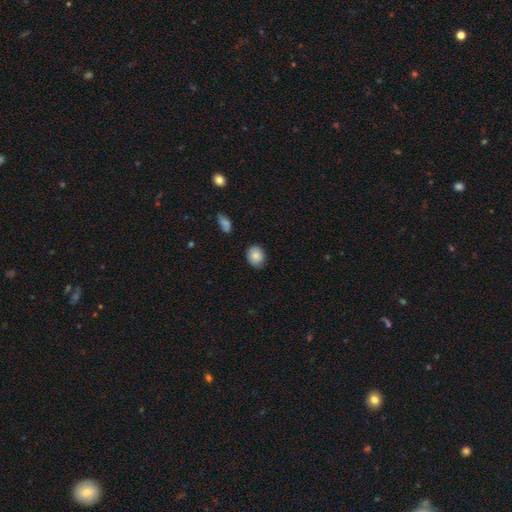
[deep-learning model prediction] The model was most divided on "how rounded": round: 51%, in between: 48%, cigar-shaped: 1%. More confident: smooth or featured — smooth (85%); merging — none (82%).